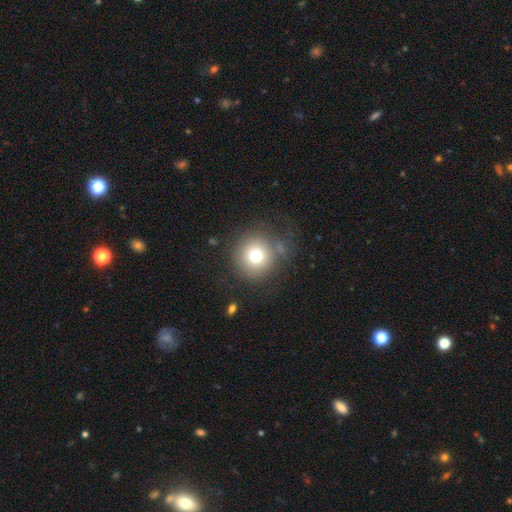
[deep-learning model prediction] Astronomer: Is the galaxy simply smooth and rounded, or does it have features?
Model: smooth — 73%.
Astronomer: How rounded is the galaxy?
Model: round — 94%.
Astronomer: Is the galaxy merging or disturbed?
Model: none — 76%.